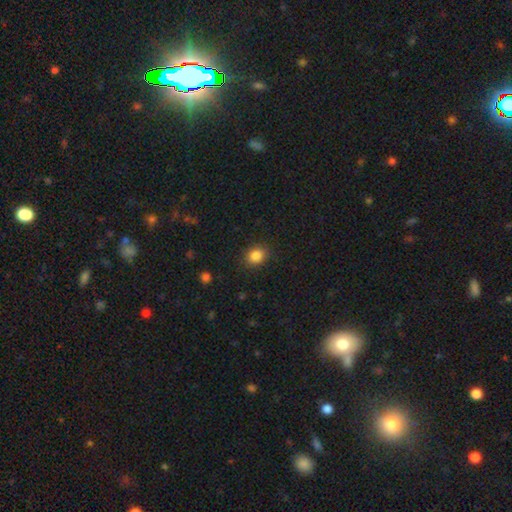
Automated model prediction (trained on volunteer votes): A smooth galaxy with no disk features (85%) that is round (58%).

Vote fractions:
- Smooth or featured? smooth: 85% / star or artifact: 10% / featured or disk: 4%
- How rounded? round: 58% / in between: 41% / cigar-shaped: 1%
- Merging? none: 88% / minor disturbance: 9% / major disturbance: 3% / merger: 1%